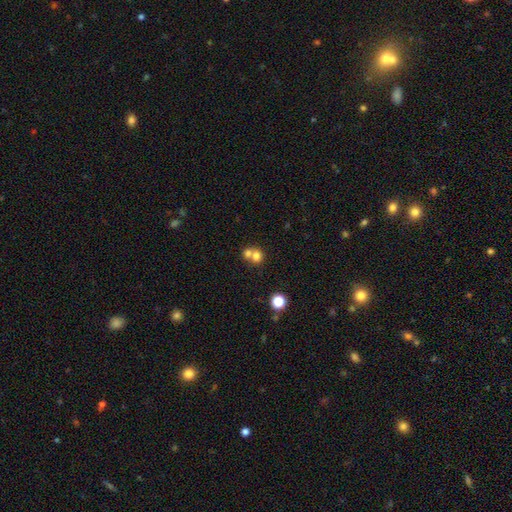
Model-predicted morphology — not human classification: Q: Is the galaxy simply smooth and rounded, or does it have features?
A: smooth — 72%.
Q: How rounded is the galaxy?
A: round — 78%.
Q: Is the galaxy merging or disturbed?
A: merger — 59%.